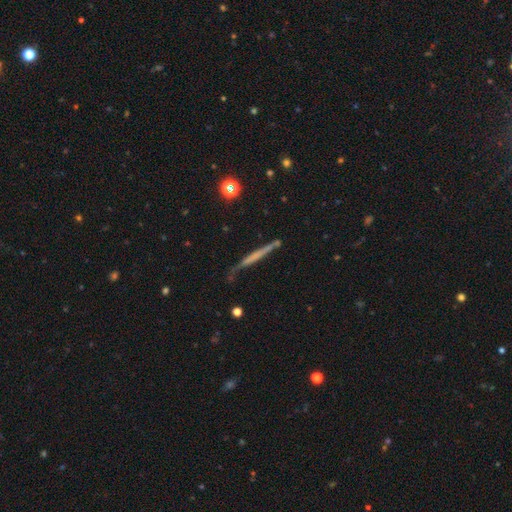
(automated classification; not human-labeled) smooth-or-featured: featured or disk: 53% | smooth: 40% | star or artifact: 7%
  disk-edge-on: yes: 94% | no: 6%
  merging: none: 71% | minor disturbance: 20% | major disturbance: 5% | merger: 4%